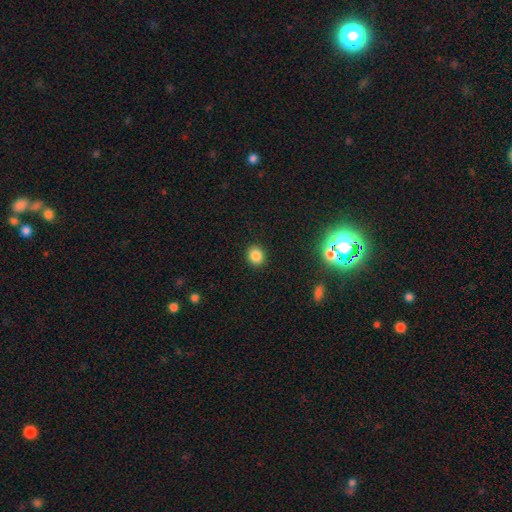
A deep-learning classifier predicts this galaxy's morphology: Smooth or featured? smooth (84%)
How rounded? round (74%)
Merging? none (91%)